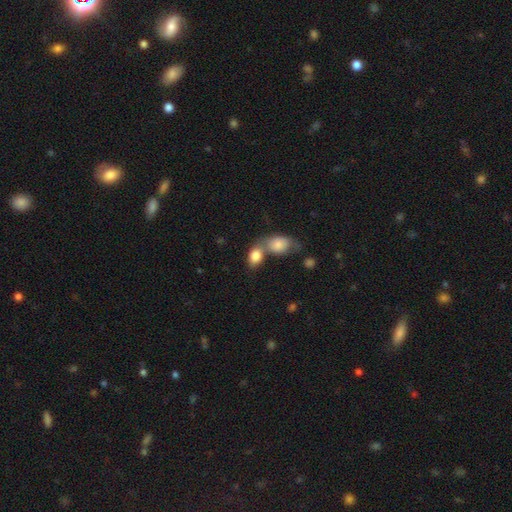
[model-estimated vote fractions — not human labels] Overall: smooth (83%). How rounded: in between (79%). Merging: merger (56%; none 30%).